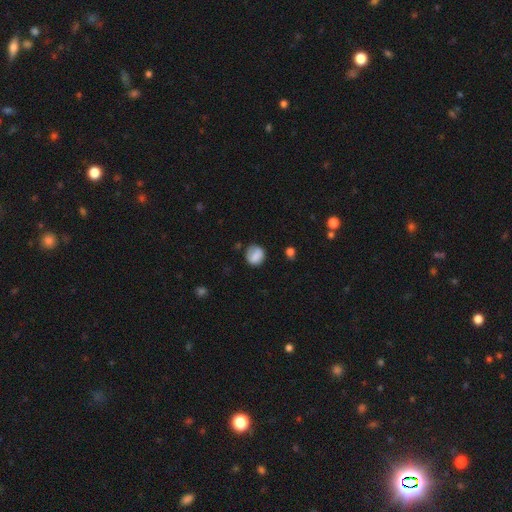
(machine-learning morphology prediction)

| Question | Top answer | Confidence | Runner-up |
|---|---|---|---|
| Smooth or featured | smooth | 81% | featured or disk (11%) |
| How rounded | round | 81% | in between (18%) |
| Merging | none | 69% | minor disturbance (22%) |